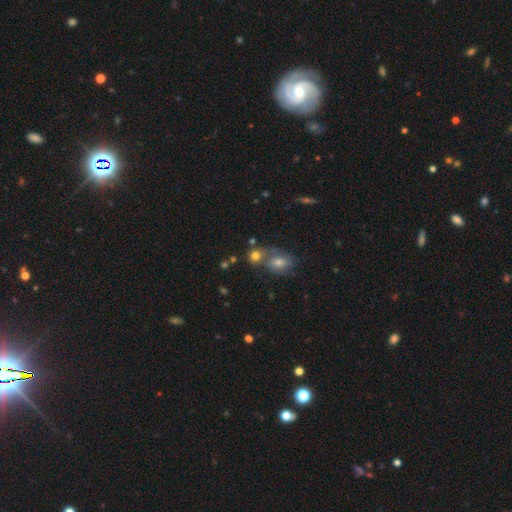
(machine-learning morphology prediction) Smooth or featured? smooth (76%)
How rounded? round (72%)
Merging? none (46%)